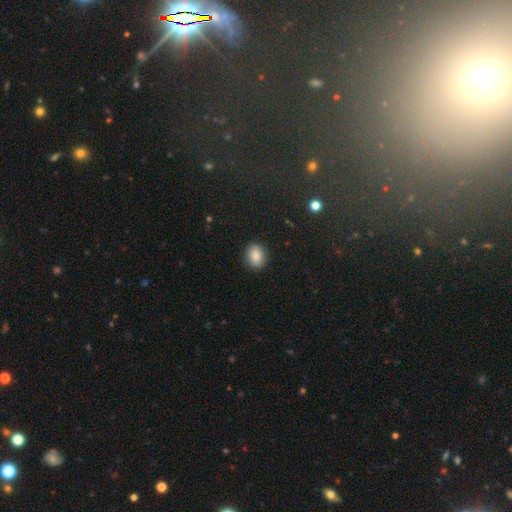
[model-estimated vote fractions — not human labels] Smooth or featured?
  - smooth: 87% *
  - star or artifact: 9%
  - featured or disk: 5%
How rounded?
  - in between: 50% *
  - round: 49%
  - cigar-shaped: 1%
Merging?
  - none: 89% *
  - minor disturbance: 7%
  - major disturbance: 2%
  - merger: 1%